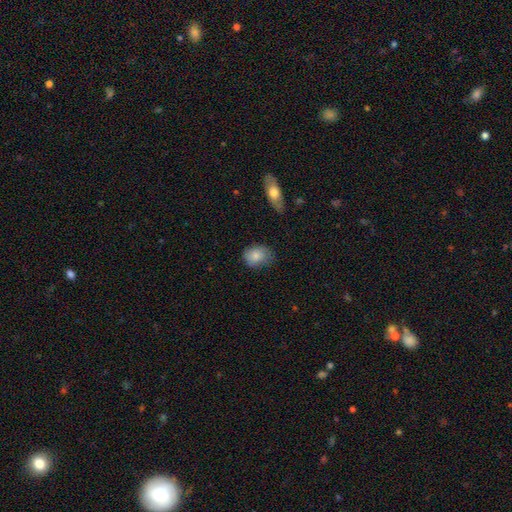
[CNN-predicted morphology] This appears to be a smooth galaxy with no disk features (83%) that is in between round and cigar-shaped (59%). Merging: none (68%).